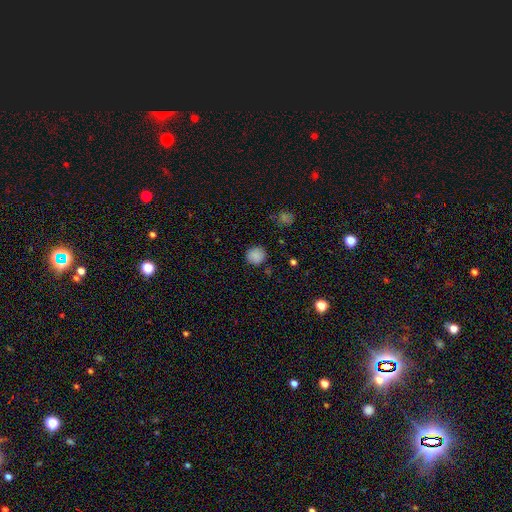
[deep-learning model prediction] Q: Smooth or featured?
A: smooth (85%); runner-up: star or artifact (10%)
Q: How rounded?
A: round (89%); runner-up: in between (10%)
Q: Merging?
A: none (84%); runner-up: minor disturbance (11%)